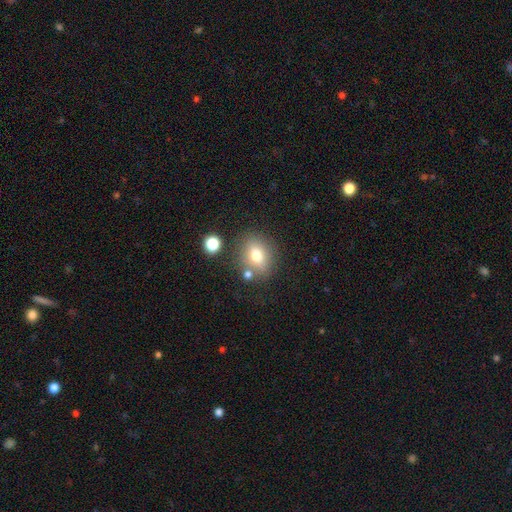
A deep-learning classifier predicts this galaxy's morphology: Smooth or featured? smooth (72%)
How rounded? round (56%)
Merging? none (74%)